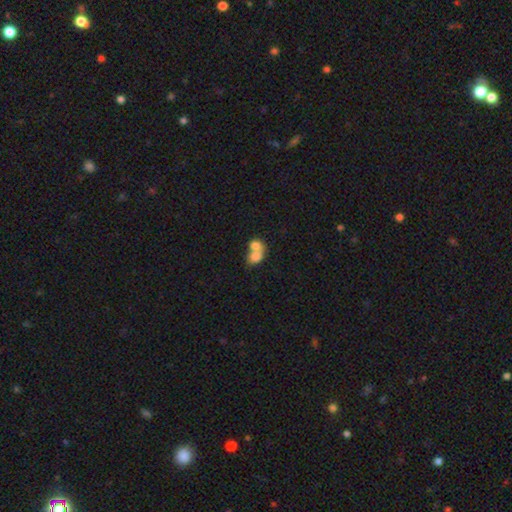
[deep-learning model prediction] This is likely a smooth galaxy (74%). How rounded: possibly in between (60%). Merging: likely merger (76%).